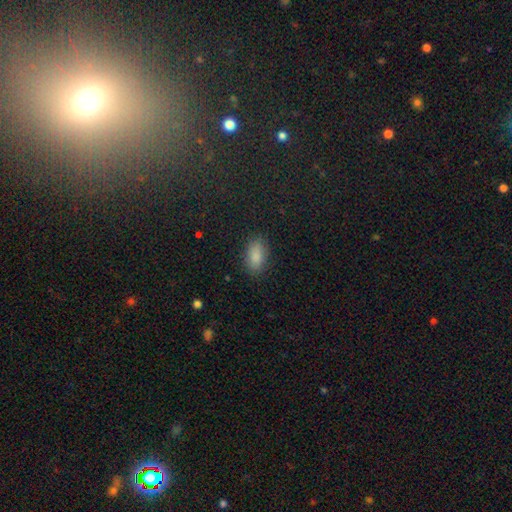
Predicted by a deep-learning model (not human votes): Q: Smooth or featured?
A: smooth (87%); runner-up: star or artifact (8%)
Q: How rounded?
A: in between (91%); runner-up: round (5%)
Q: Merging?
A: none (86%); runner-up: minor disturbance (10%)